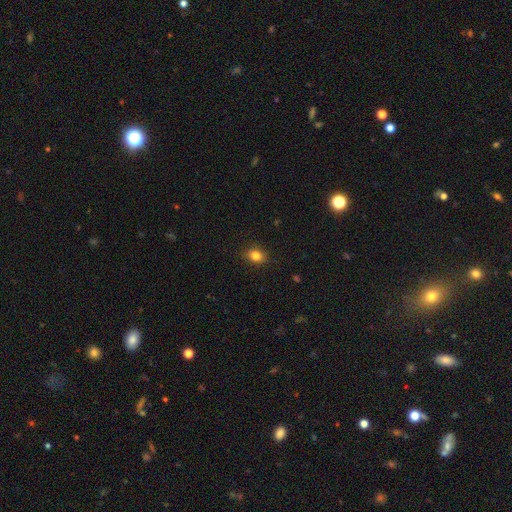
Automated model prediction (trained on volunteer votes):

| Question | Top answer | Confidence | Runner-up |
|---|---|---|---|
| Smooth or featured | smooth | 83% | star or artifact (11%) |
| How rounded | round | 51% | in between (48%) |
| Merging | none | 89% | minor disturbance (8%) |